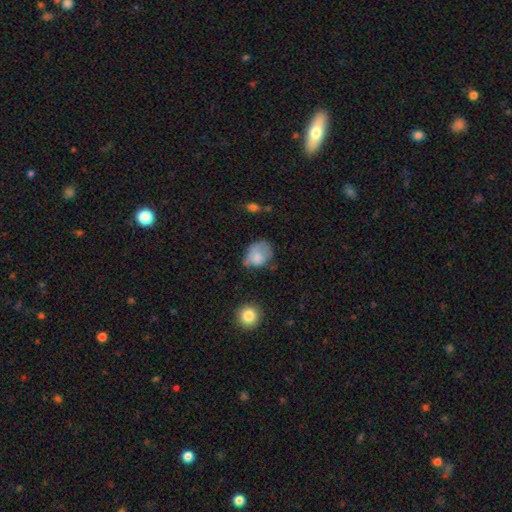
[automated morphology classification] The model was most divided on "how rounded": in between: 52%, round: 47%, cigar-shaped: 1%. Remaining: smooth or featured — smooth (70%); merging — none (40%).